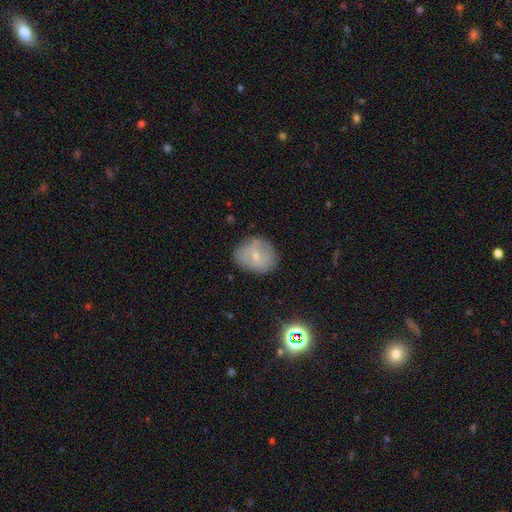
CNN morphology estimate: This is possibly a smooth galaxy (51%). How rounded: possibly round (53%). Merging: likely none (73%).